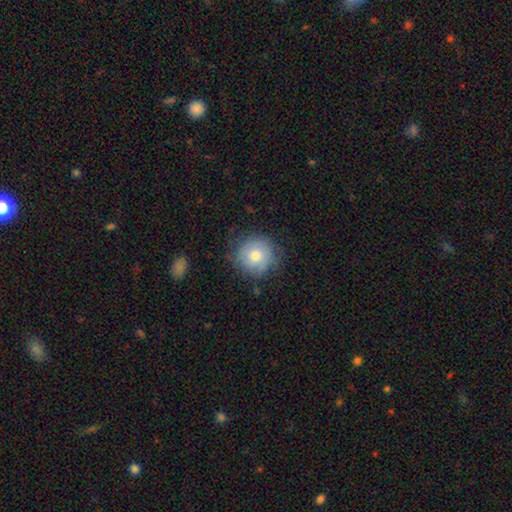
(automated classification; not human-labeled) A smooth galaxy with no disk features (69%) that is round (92%). Merging: none (75%).